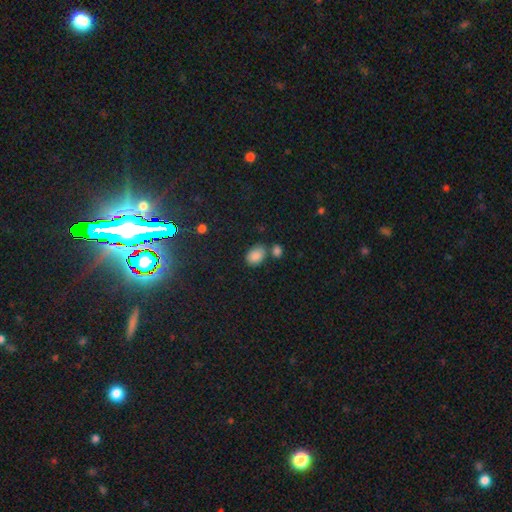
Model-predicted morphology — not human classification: Smooth or featured? smooth (86%)
How rounded? in between (83%)
Merging? none (62%)